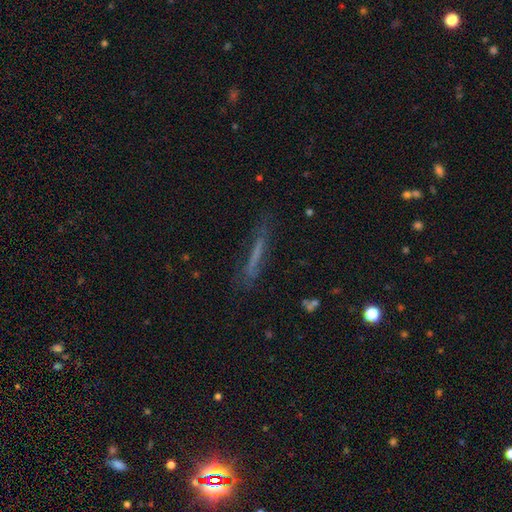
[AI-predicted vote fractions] smooth 50%, featured or disk 37%, star or artifact 13%. Down the decision tree: merging — none (71%).